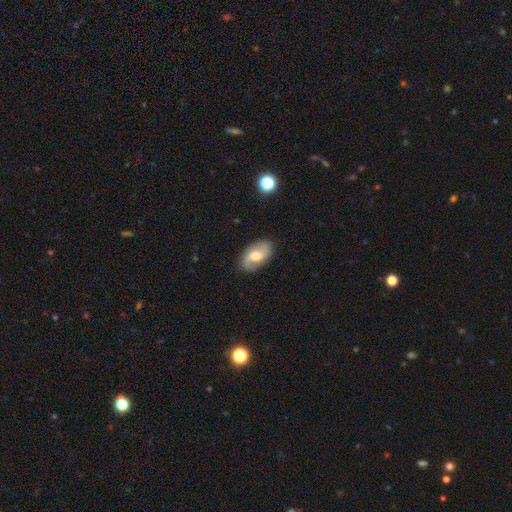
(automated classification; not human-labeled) This appears to be a featured or disk galaxy (72%) with a weak bar (48%), 2 (89%) loose (44%) spiral arms (92%) and a moderate central bulge (67%). Merging: none (84%).